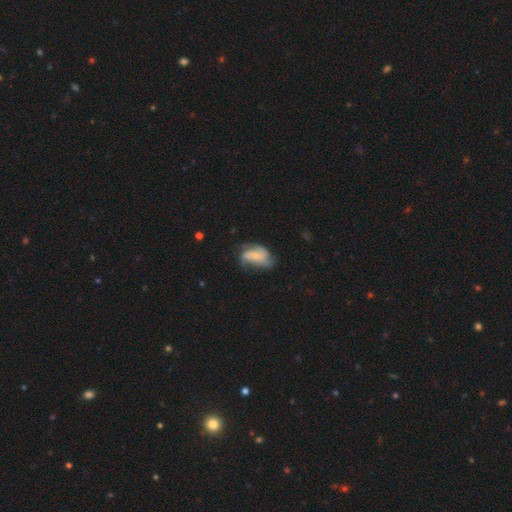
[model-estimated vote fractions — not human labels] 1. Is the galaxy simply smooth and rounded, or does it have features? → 60% featured or disk, 33% smooth, 8% star or artifact.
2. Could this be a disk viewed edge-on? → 97% no, 3% yes.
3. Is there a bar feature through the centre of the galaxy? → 65% no, 26% weak, 9% strong.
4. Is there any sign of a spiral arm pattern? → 82% yes, 18% no.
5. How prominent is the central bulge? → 64% small, 25% moderate, 8% none, 2% large, 1% dominant.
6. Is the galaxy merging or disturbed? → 42% none, 30% minor disturbance, 25% major disturbance, 3% merger.